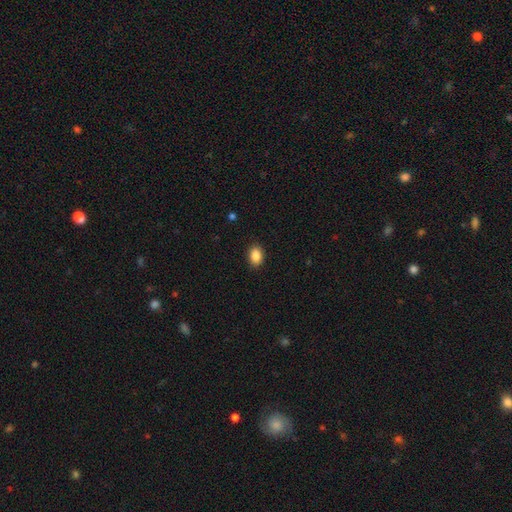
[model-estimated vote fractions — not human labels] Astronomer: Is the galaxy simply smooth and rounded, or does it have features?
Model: smooth — 88%.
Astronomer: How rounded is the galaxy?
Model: in between — 79%.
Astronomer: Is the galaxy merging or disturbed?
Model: none — 89%.